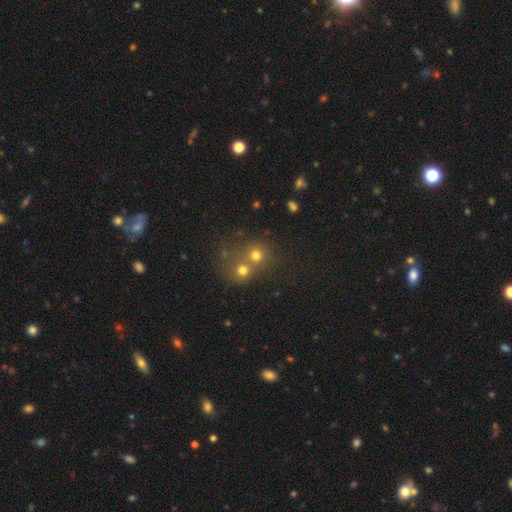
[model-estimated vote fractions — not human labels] This is likely a smooth galaxy (68%). How rounded: clearly round (85%). Merging: possibly none (47%).